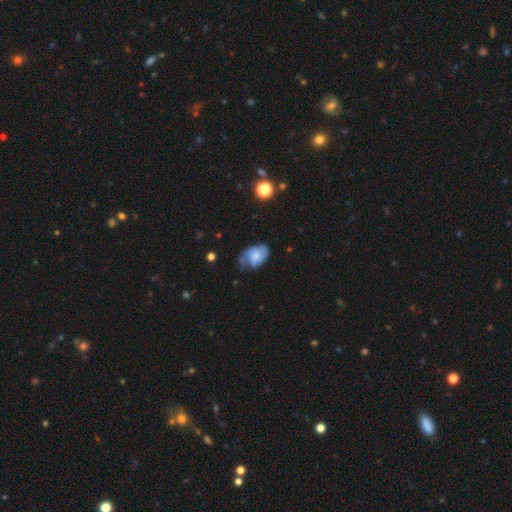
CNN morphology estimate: Smooth or featured? smooth (55%)
How rounded? in between (80%)
Merging? none (39%)